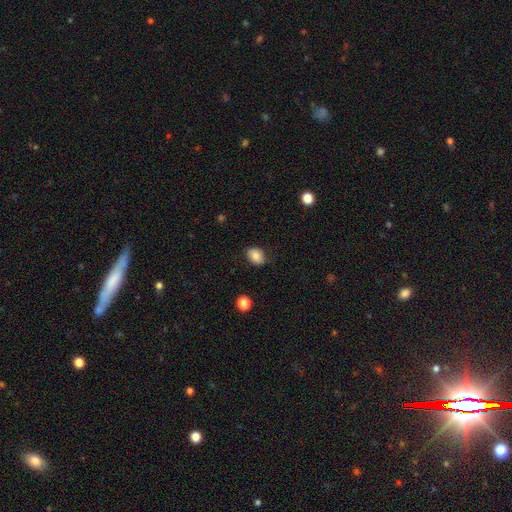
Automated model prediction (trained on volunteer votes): Smooth or featured: smooth — 83% (star or artifact — 9%)
How rounded: in between — 67% (round — 32%)
Merging: none — 80% (minor disturbance — 15%)